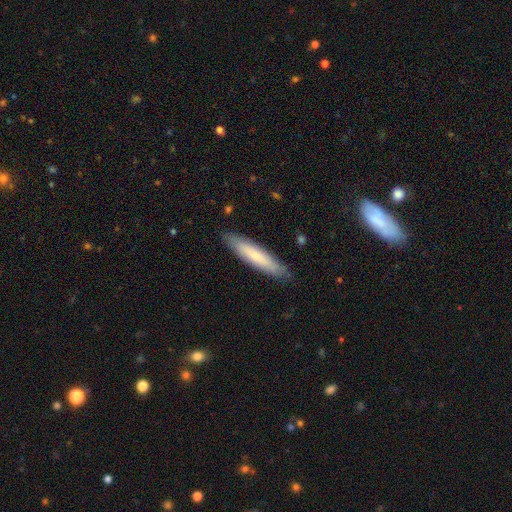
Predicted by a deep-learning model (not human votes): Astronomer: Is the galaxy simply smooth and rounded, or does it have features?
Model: smooth — 70%.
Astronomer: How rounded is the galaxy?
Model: cigar-shaped — 85%.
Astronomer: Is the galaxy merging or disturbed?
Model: none — 87%.